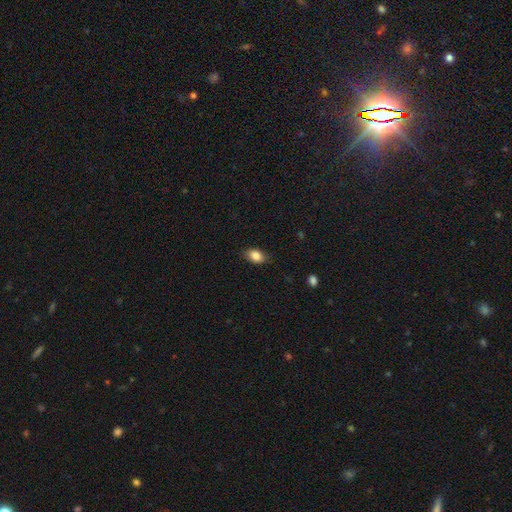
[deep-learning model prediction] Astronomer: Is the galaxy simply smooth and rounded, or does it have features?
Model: smooth — 85%.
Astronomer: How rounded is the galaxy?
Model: in between — 87%.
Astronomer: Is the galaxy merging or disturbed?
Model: none — 82%.